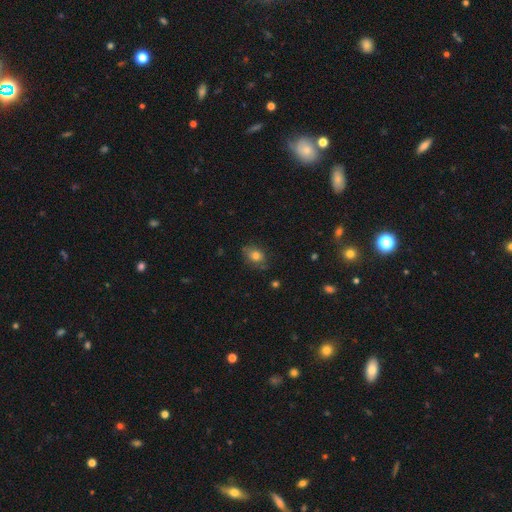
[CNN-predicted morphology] Smooth or featured? Predicted: smooth (p=0.74). How rounded? Predicted: in between (p=0.65). Merging? Predicted: none (p=0.71).